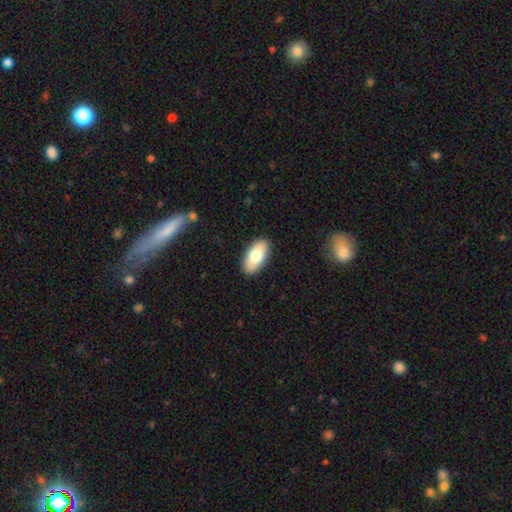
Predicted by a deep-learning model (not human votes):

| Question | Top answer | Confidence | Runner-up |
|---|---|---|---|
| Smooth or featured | smooth | 79% | featured or disk (15%) |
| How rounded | in between | 93% | cigar-shaped (5%) |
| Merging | none | 90% | minor disturbance (8%) |